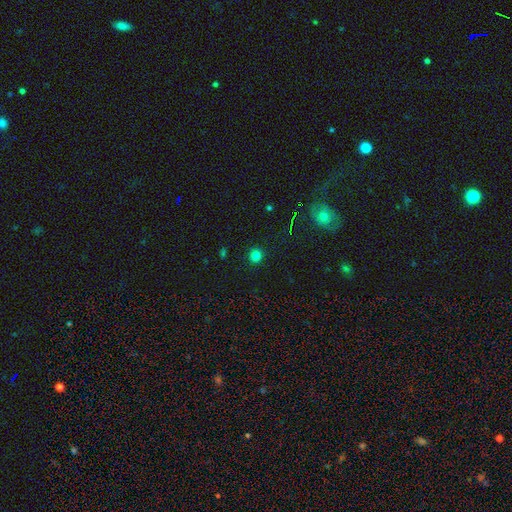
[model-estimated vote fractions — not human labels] Q: Smooth or featured?
A: smooth (79%); runner-up: star or artifact (17%)
Q: How rounded?
A: round (92%); runner-up: in between (7%)
Q: Merging?
A: none (91%); runner-up: minor disturbance (6%)